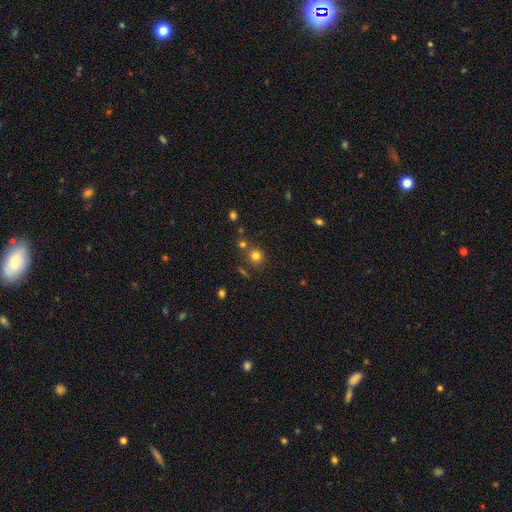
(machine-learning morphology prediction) A smooth galaxy with no disk features (76%) that is round (90%). Merging: none (71%).